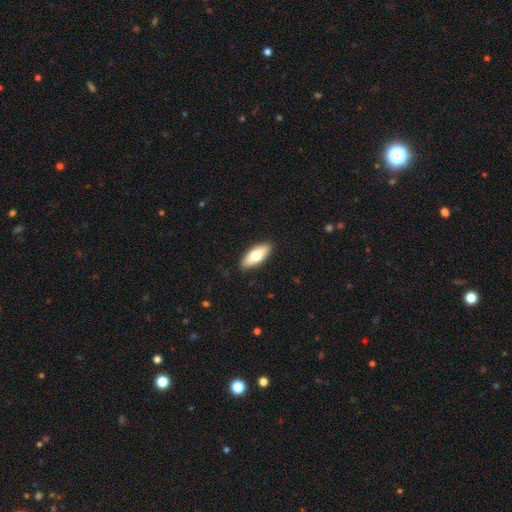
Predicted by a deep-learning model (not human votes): smooth_or_featured: smooth (p=0.68) [alt: featured or disk p=0.26]
how_rounded: in between (p=0.76) [alt: cigar-shaped p=0.21]
merging: none (p=0.90) [alt: minor disturbance p=0.07]